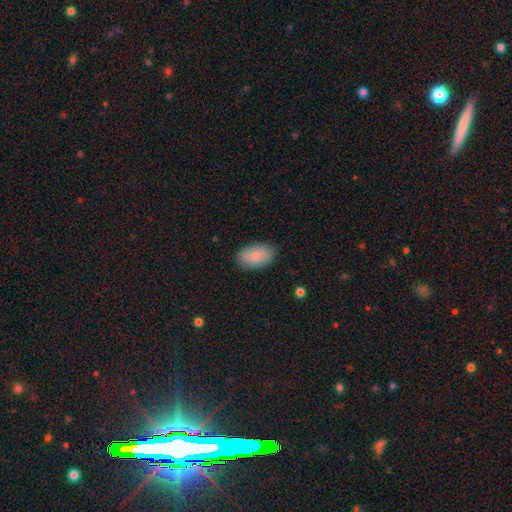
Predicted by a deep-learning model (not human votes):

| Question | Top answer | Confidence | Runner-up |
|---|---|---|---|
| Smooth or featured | smooth | 85% | featured or disk (9%) |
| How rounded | in between | 94% | round (4%) |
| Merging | none | 86% | minor disturbance (10%) |